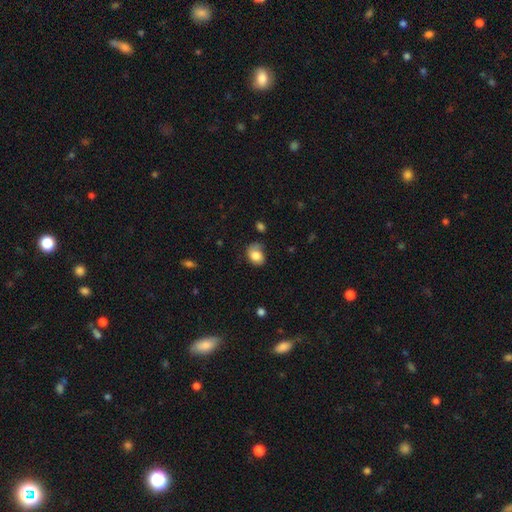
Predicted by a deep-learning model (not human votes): Smooth or featured? smooth (81%)
How rounded? in between (62%)
Merging? none (50%)